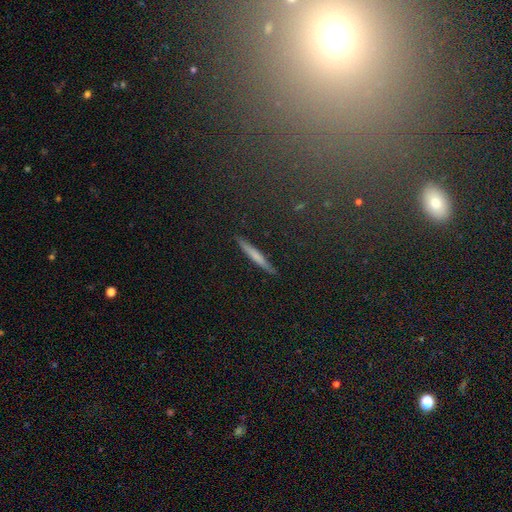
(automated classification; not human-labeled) smooth_or_featured: smooth (p=0.60) [alt: featured or disk p=0.32]
how_rounded: cigar-shaped (p=0.95) [alt: in between p=0.03]
merging: none (p=0.89) [alt: minor disturbance p=0.08]